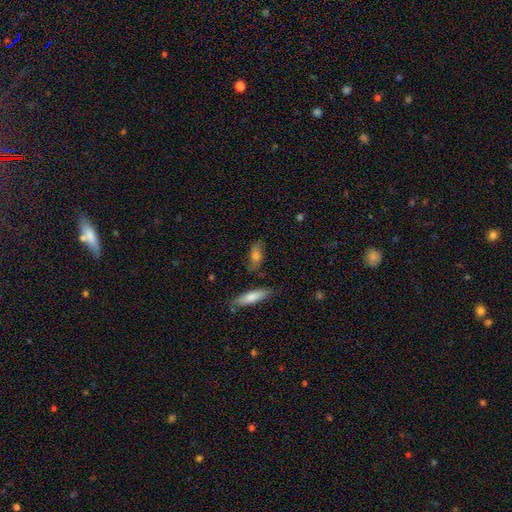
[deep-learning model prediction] The model was most divided on "smooth or featured": smooth: 66%, featured or disk: 24%, star or artifact: 10%. More confident: how rounded — in between (71%); merging — none (71%).